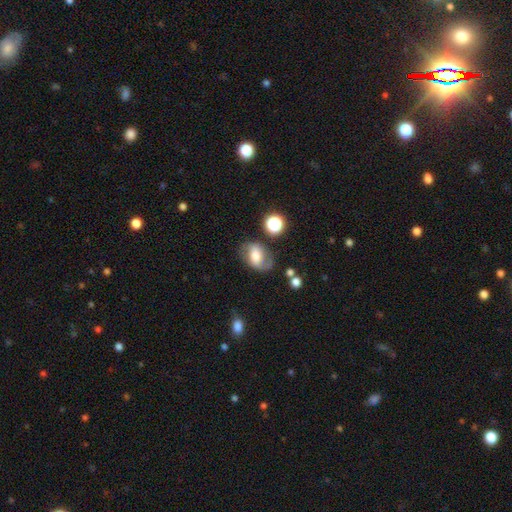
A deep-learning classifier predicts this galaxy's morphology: smooth_or_featured: featured or disk (p=0.49) [alt: smooth p=0.41]
merging: none (p=0.64) [alt: minor disturbance p=0.21]